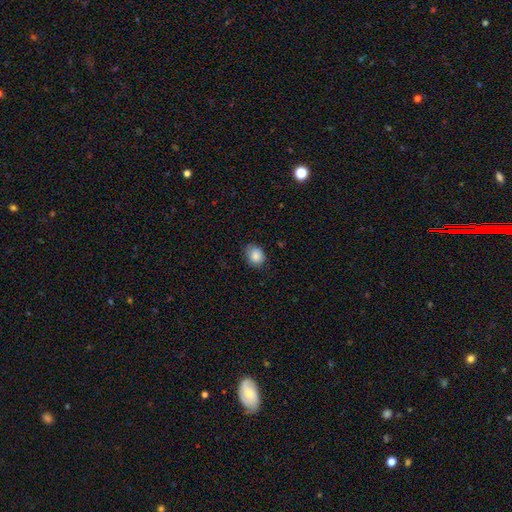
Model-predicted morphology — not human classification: Smooth or featured? Predicted: smooth (p=0.86). How rounded? Predicted: round (p=0.50). Merging? Predicted: none (p=0.72).